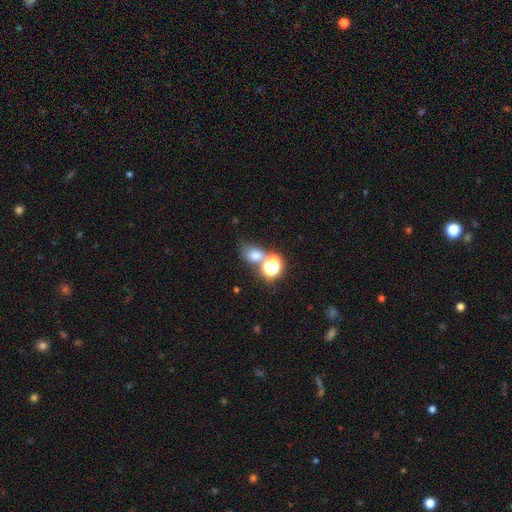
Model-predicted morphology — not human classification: This is likely a smooth galaxy (65%). How rounded: possibly in between (51%). Merging: marginally none (43%).